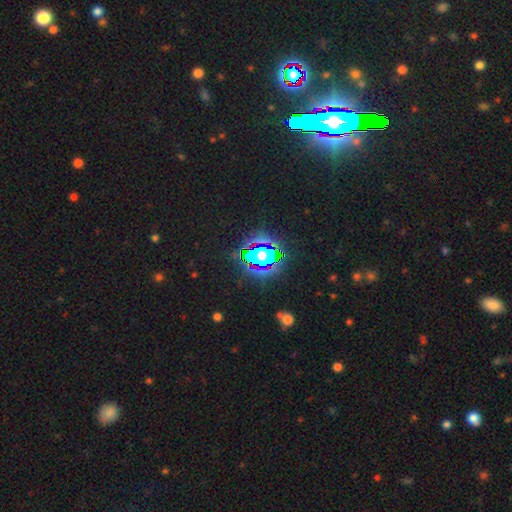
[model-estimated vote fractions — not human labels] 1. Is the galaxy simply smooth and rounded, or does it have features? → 84% star or artifact, 9% smooth, 7% featured or disk.